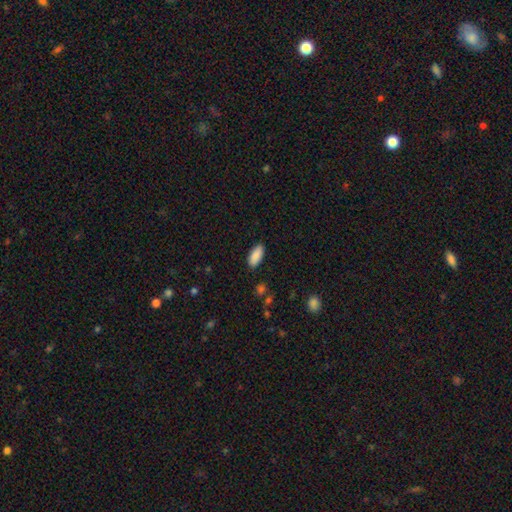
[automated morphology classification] type=smooth (90%); roundness=in between (87%); merging=none (88%).